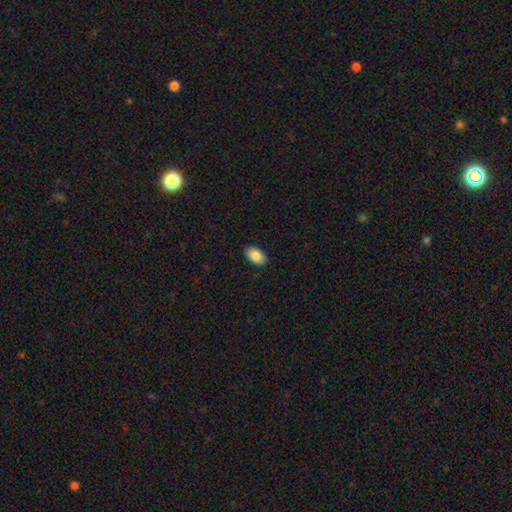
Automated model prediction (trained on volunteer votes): smooth_or_featured: smooth (p=0.88) [alt: star or artifact p=0.07]
how_rounded: in between (p=0.94) [alt: round p=0.05]
merging: none (p=0.89) [alt: minor disturbance p=0.08]